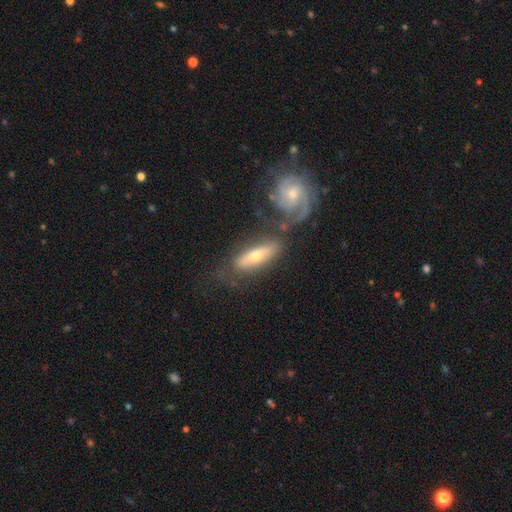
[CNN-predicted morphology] Smooth or featured: featured or disk — 60% (smooth — 34%)
Edge-on disk: no — 69% (yes — 31%)
Merging: none — 50% (merger — 25%)